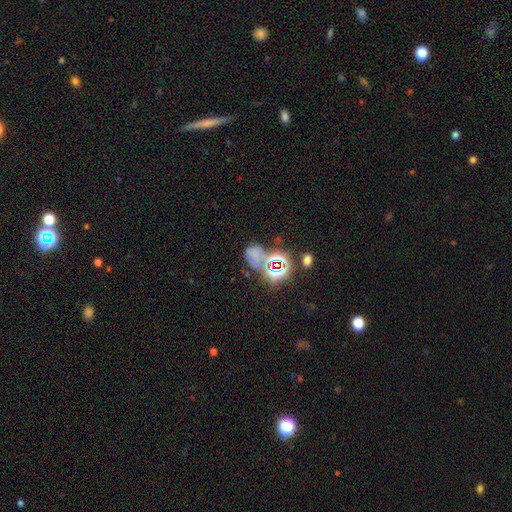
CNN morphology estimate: star or artifact 45%, smooth 37%, featured or disk 17%.